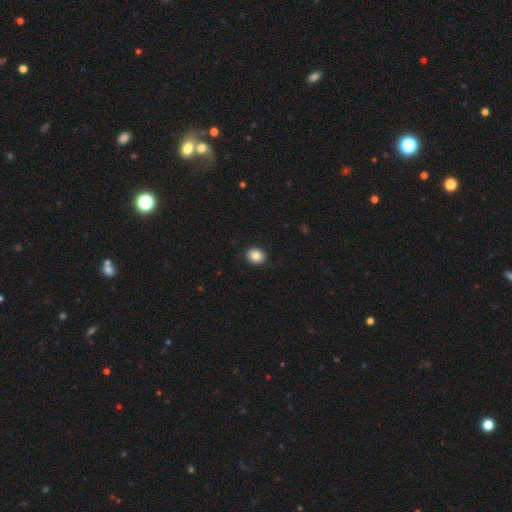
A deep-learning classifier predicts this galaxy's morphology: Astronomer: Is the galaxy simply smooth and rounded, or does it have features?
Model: smooth — 86%.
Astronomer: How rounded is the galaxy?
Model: round — 55% (runner-up: in between, 44%).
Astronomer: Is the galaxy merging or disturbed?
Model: none — 91%.